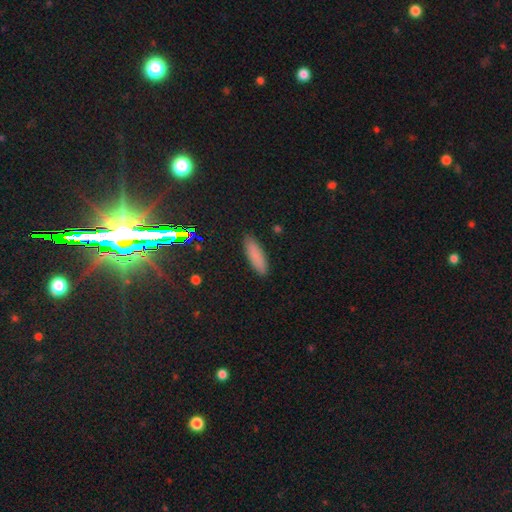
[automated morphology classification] smooth 84%, star or artifact 9%, featured or disk 6%. Down the decision tree: how rounded — cigar-shaped (57%); merging — none (90%).